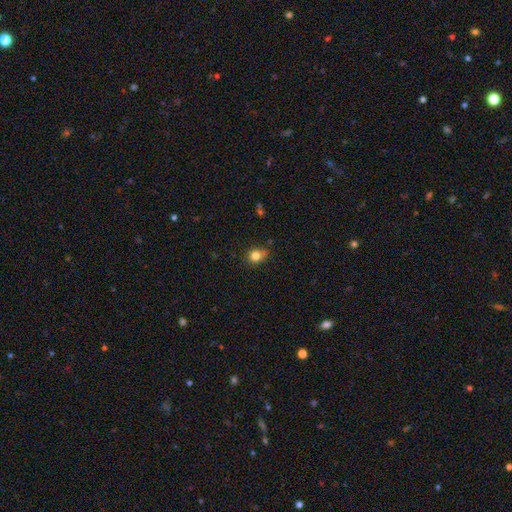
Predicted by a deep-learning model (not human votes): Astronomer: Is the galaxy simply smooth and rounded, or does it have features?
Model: smooth — 82%.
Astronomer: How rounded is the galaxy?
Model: round — 61% (runner-up: in between, 38%).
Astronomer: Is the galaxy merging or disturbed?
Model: none — 70%.